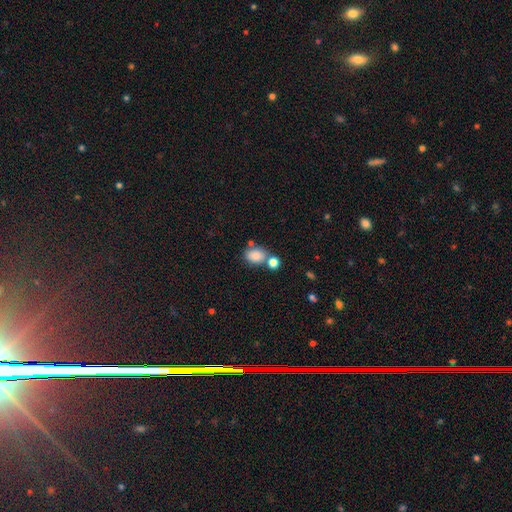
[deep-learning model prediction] Smooth or featured: smooth — 83% (star or artifact — 10%)
How rounded: in between — 64% (round — 35%)
Merging: none — 58% (merger — 24%)